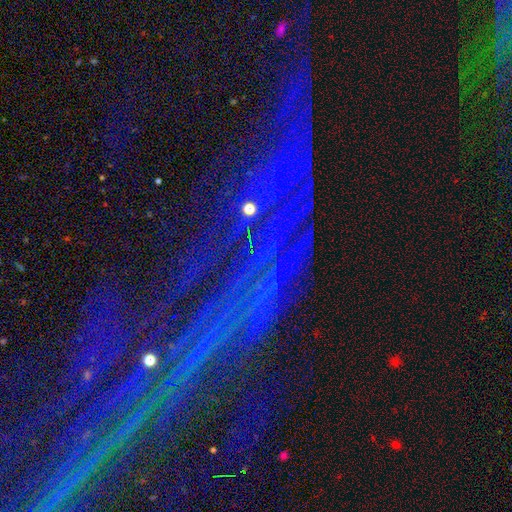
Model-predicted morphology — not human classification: smooth-or-featured: star or artifact: 82% | featured or disk: 10% | smooth: 8%